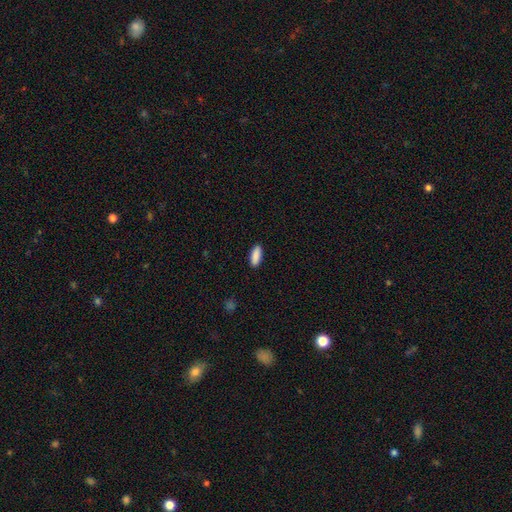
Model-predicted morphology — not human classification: smooth-or-featured: smooth: 91% | star or artifact: 6% | featured or disk: 3%
  how-rounded: in between: 76% | cigar-shaped: 22% | round: 2%
  merging: none: 90% | minor disturbance: 7% | major disturbance: 2% | merger: 1%